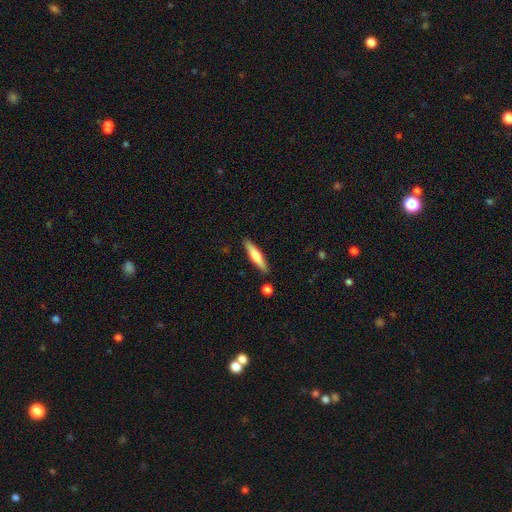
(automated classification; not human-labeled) Morphology: type=smooth (58%); roundness=cigar-shaped (84%); merging=none (87%).